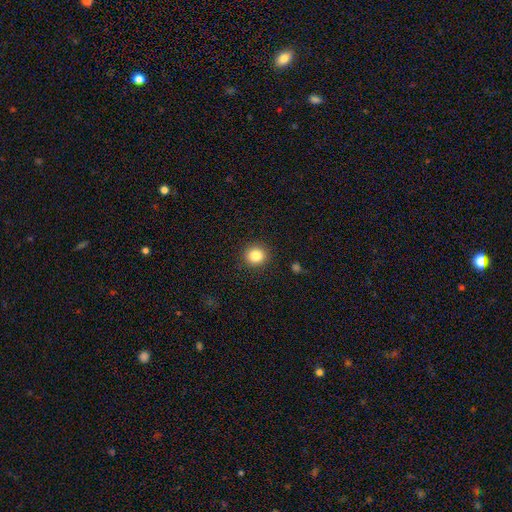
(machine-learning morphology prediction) Q: Smooth or featured?
A: smooth (84%); runner-up: star or artifact (10%)
Q: How rounded?
A: round (89%); runner-up: in between (10%)
Q: Merging?
A: none (91%); runner-up: minor disturbance (6%)